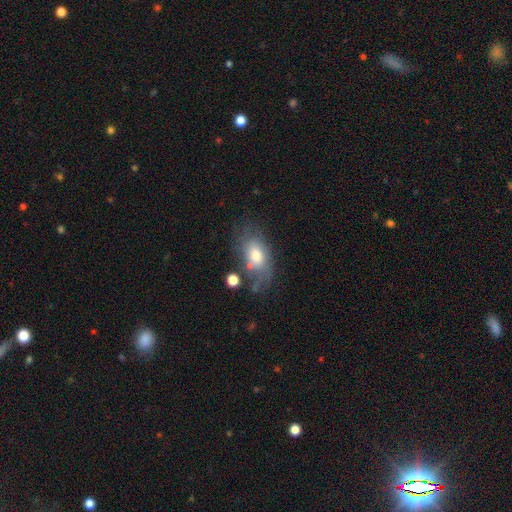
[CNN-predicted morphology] smooth-or-featured: smooth: 57% | featured or disk: 34% | star or artifact: 10%
  how-rounded: in between: 87% | round: 10% | cigar-shaped: 3%
  merging: none: 49% | minor disturbance: 26% | major disturbance: 17% | merger: 8%